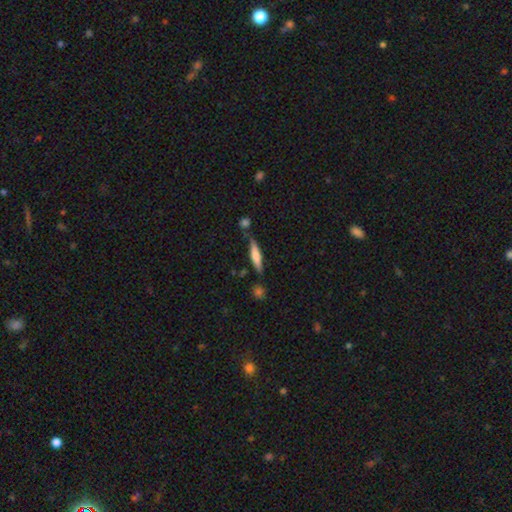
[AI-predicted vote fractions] smooth_or_featured: smooth (p=0.56) [alt: featured or disk p=0.37]
how_rounded: cigar-shaped (p=0.81) [alt: in between p=0.17]
merging: none (p=0.71) [alt: minor disturbance p=0.16]